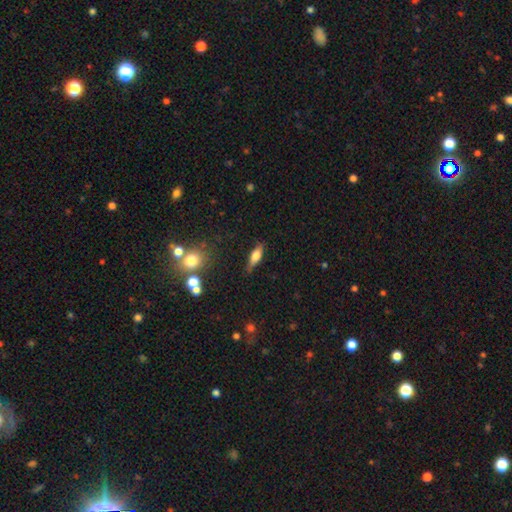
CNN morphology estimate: smooth 60%, featured or disk 31%, star or artifact 8%. Down the decision tree: how rounded — in between (55%); merging — none (77%).